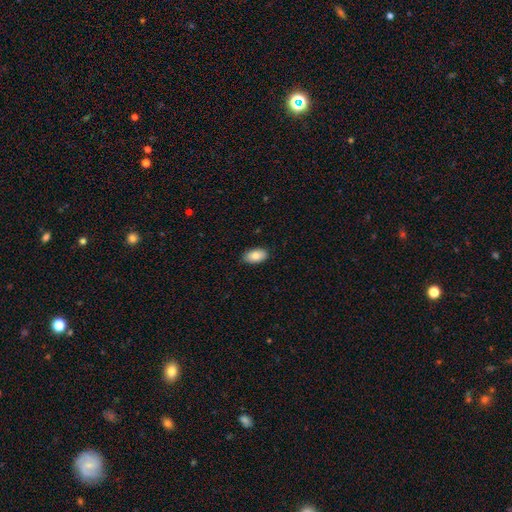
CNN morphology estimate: This is clearly a smooth galaxy (85%). How rounded: clearly in between (94%). Merging: clearly none (87%).